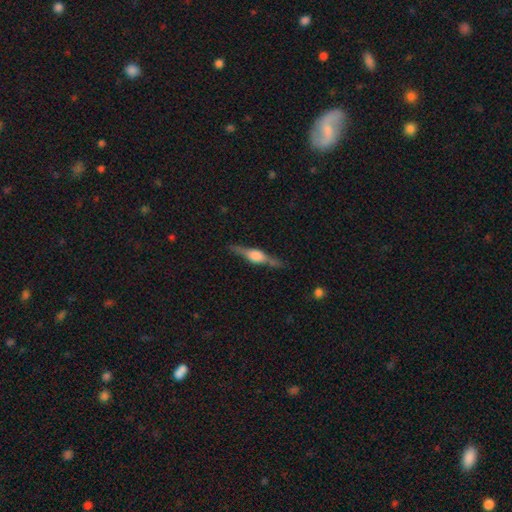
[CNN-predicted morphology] type=featured or disk (77%); edge-on=yes (97%); edge-on bulge=rounded (81%); merging=none (85%).